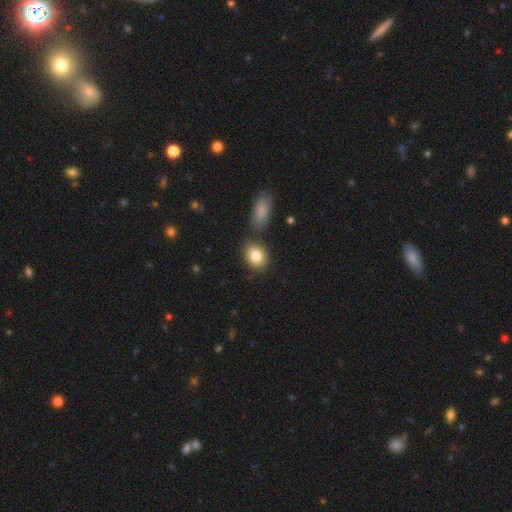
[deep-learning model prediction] A smooth galaxy with no disk features (84%) that is in between round and cigar-shaped (57%). Merging: none (72%).